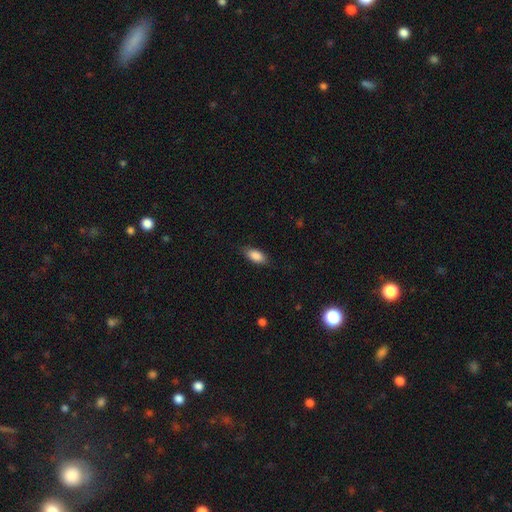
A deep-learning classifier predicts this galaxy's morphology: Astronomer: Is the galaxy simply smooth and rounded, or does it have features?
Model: smooth — 86%.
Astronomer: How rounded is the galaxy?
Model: in between — 85%.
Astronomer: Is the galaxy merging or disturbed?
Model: none — 81%.